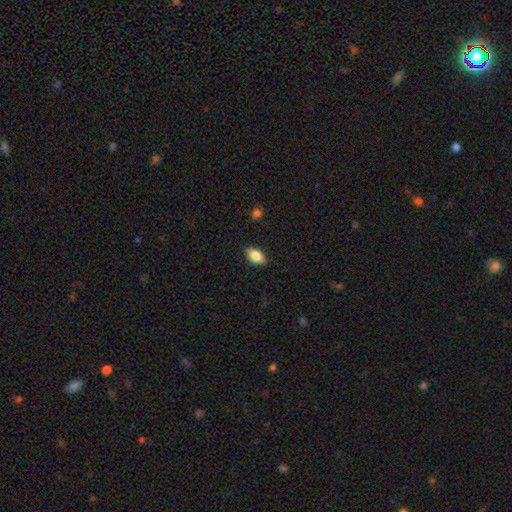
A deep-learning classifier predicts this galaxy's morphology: smooth-or-featured: smooth: 83% | featured or disk: 10% | star or artifact: 7%
  how-rounded: in between: 91% | round: 5% | cigar-shaped: 4%
  merging: none: 88% | minor disturbance: 9% | major disturbance: 2% | merger: 1%